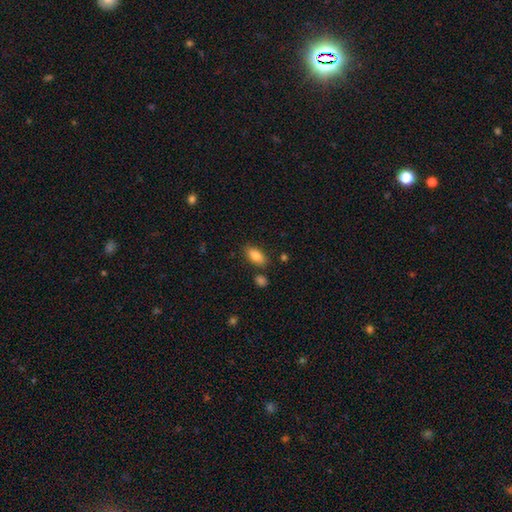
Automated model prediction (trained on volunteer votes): A smooth galaxy with no disk features (84%) that is in between round and cigar-shaped (88%). Merging: none (82%).